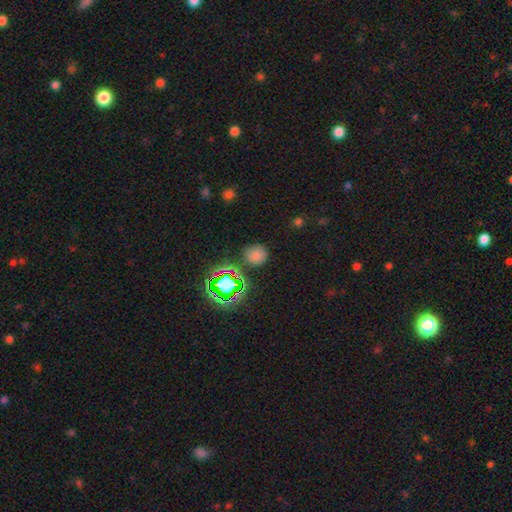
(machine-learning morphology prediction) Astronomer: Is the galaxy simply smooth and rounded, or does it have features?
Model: smooth — 69%.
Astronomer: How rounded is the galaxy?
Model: round — 87%.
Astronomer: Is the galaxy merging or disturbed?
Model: none — 81%.